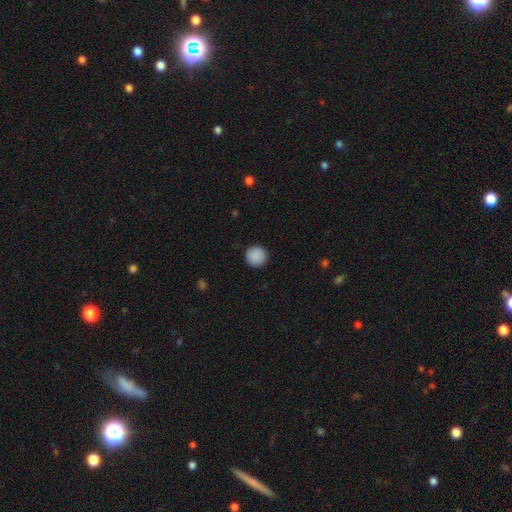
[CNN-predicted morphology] smooth 90%, star or artifact 7%, featured or disk 3%. Down the decision tree: how rounded — round (96%); merging — none (92%).